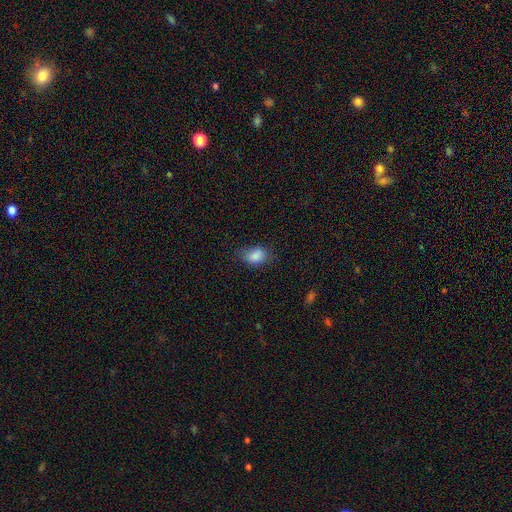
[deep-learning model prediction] The model was most divided on "merging": none: 65%, minor disturbance: 26%, major disturbance: 8%, merger: 1%. More confident: smooth or featured — smooth (84%); how rounded — in between (76%).